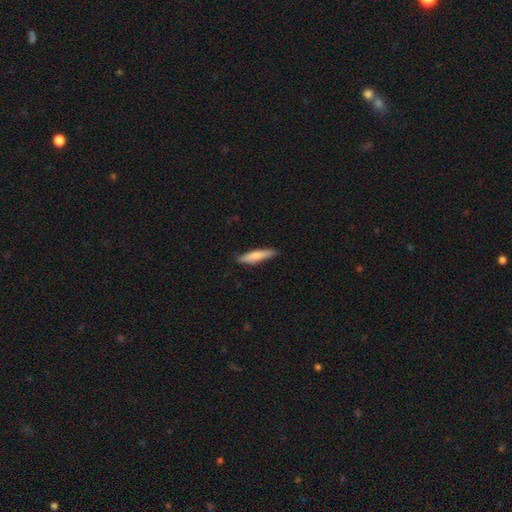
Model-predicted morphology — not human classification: type=smooth (72%); roundness=cigar-shaped (85%); merging=none (84%).